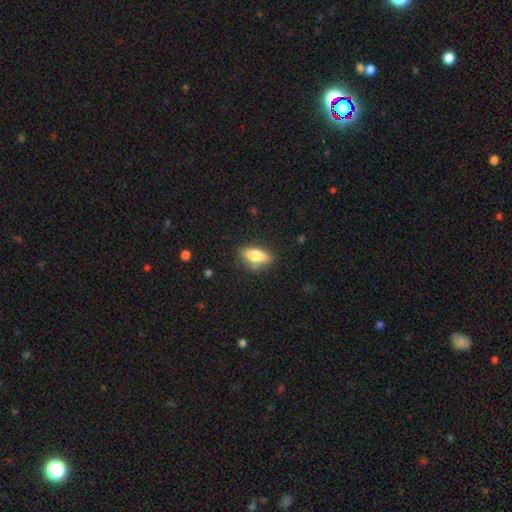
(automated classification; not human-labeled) Overall: smooth (80%). How rounded: in between (80%). Merging: none (76%).